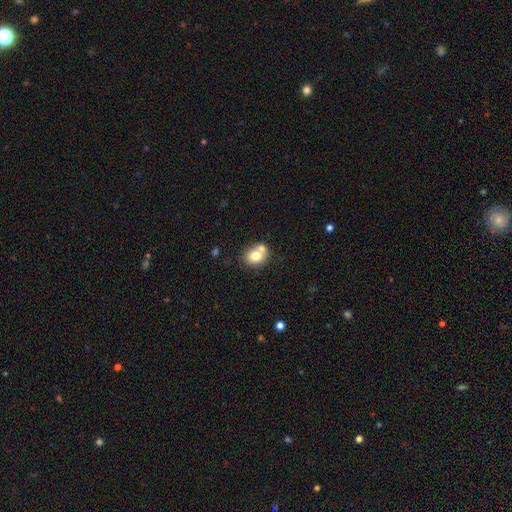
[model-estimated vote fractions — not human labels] Smooth or featured: smooth — 74% (featured or disk — 16%)
How rounded: round — 60% (in between — 39%)
Merging: none — 49% (merger — 36%)